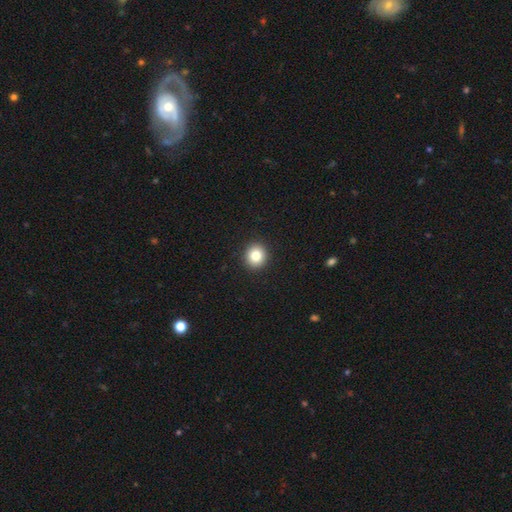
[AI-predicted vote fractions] Smooth or featured? smooth (83%)
How rounded? round (88%)
Merging? none (93%)